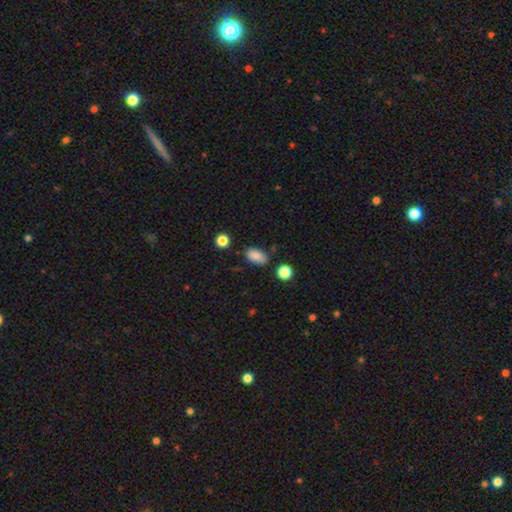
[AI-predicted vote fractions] Smooth or featured? Predicted: smooth (p=0.85). How rounded? Predicted: in between (p=0.90). Merging? Predicted: none (p=0.74).